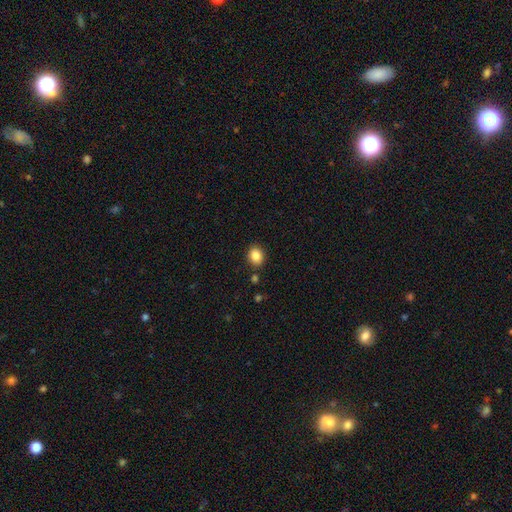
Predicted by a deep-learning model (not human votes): Smooth or featured?
  - smooth: 87% *
  - star or artifact: 9%
  - featured or disk: 4%
How rounded?
  - round: 54% *
  - in between: 45%
  - cigar-shaped: 1%
Merging?
  - none: 86% *
  - minor disturbance: 8%
  - merger: 3%
  - major disturbance: 2%